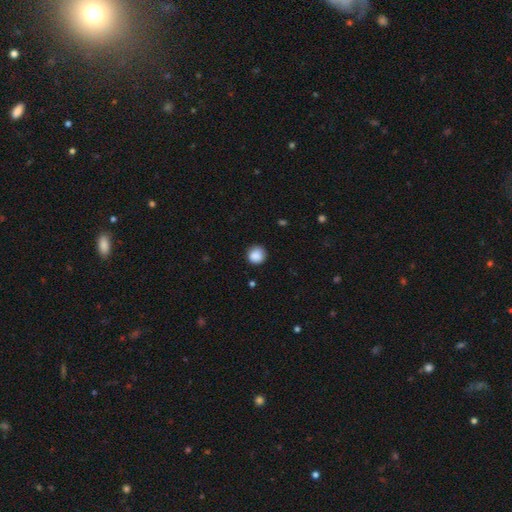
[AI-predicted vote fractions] A smooth galaxy with no disk features (88%) that is round (92%). Merging: none (86%).